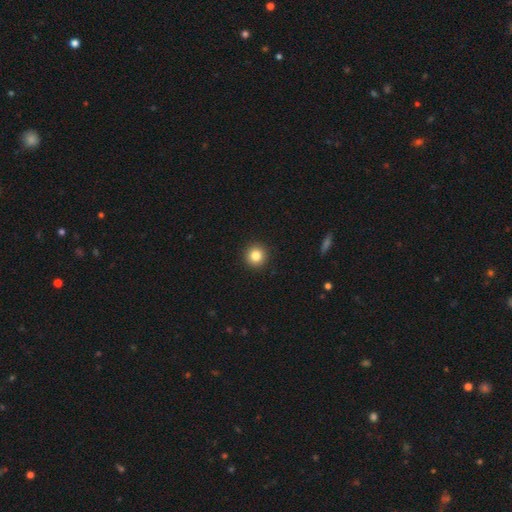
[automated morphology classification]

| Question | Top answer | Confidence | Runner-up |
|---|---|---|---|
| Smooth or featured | smooth | 84% | star or artifact (10%) |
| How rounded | round | 95% | in between (4%) |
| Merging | none | 93% | minor disturbance (4%) |